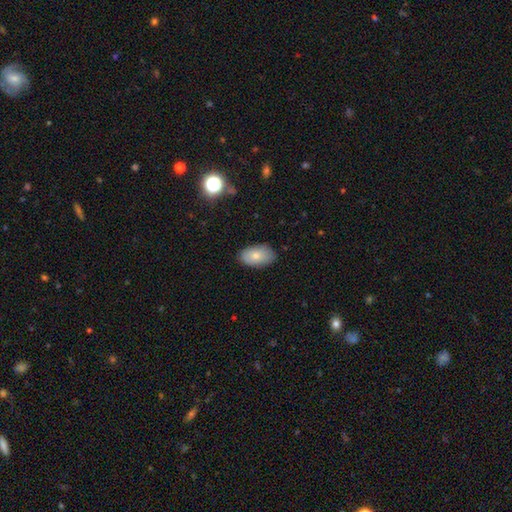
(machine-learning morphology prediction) This appears to be a smooth galaxy with no disk features (78%) that is in between round and cigar-shaped (93%). Merging: none (83%).